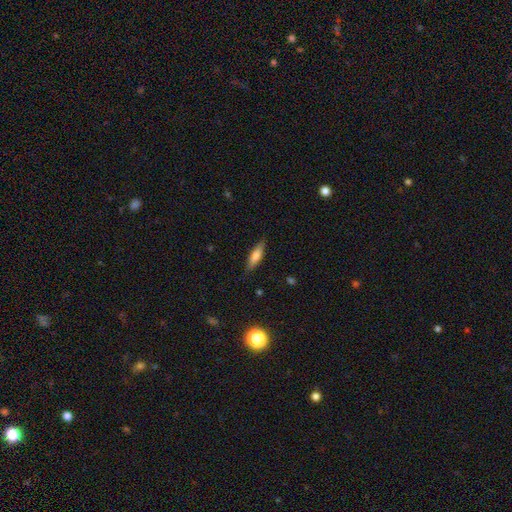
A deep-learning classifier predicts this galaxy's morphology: The model was most divided on "how rounded": cigar-shaped: 62%, in between: 36%, round: 2%. More confident: merging — none (84%); smooth or featured — smooth (69%).